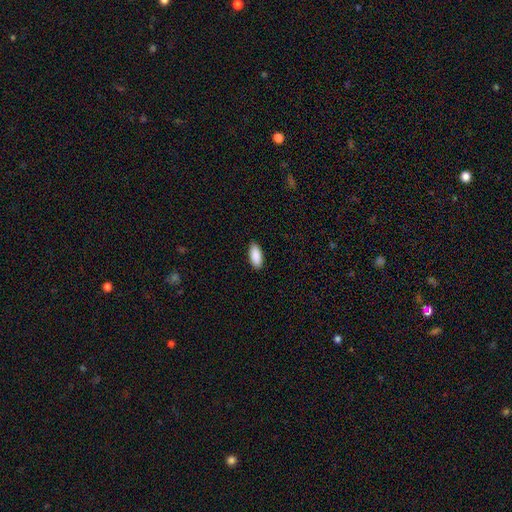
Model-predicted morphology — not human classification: type=smooth (90%); roundness=in between (87%); merging=none (90%).